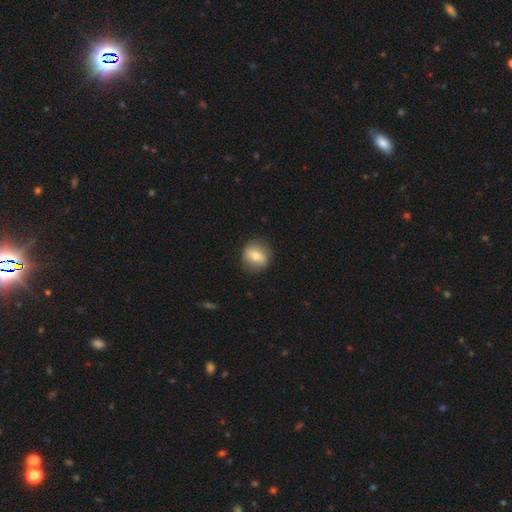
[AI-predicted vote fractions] Smooth or featured? smooth (63%)
How rounded? round (78%)
Merging? none (85%)